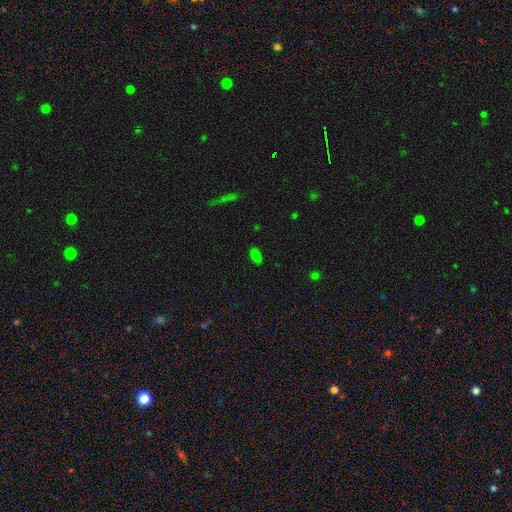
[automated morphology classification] Smooth or featured? smooth (79%)
How rounded? in between (89%)
Merging? none (86%)